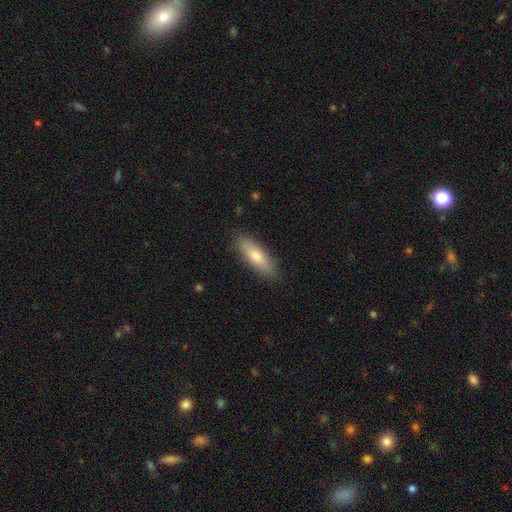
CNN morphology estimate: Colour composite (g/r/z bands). It shows a smooth galaxy with no disk features (75%) that is in between round and cigar-shaped (50%). Merging: none (87%).